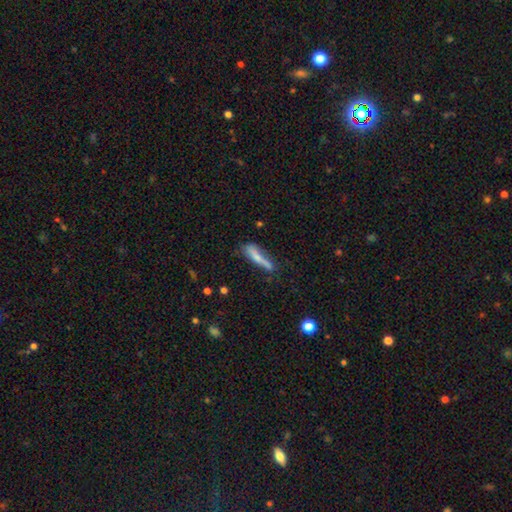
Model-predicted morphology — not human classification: This is likely a smooth galaxy (64%). How rounded: clearly cigar-shaped (84%). Merging: possibly none (49%).